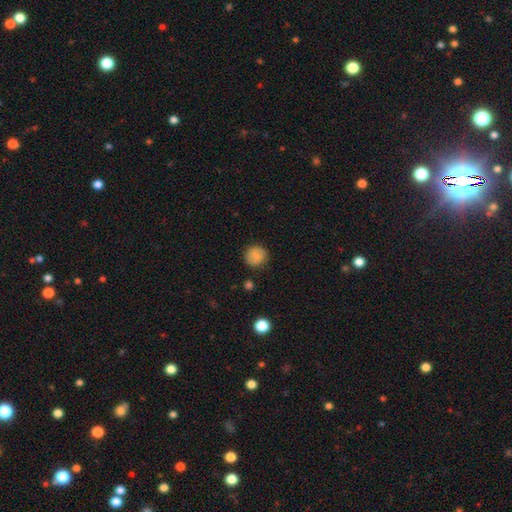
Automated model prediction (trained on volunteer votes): Q: Smooth or featured?
A: smooth (82%); runner-up: featured or disk (9%)
Q: How rounded?
A: round (92%); runner-up: in between (7%)
Q: Merging?
A: none (86%); runner-up: minor disturbance (10%)